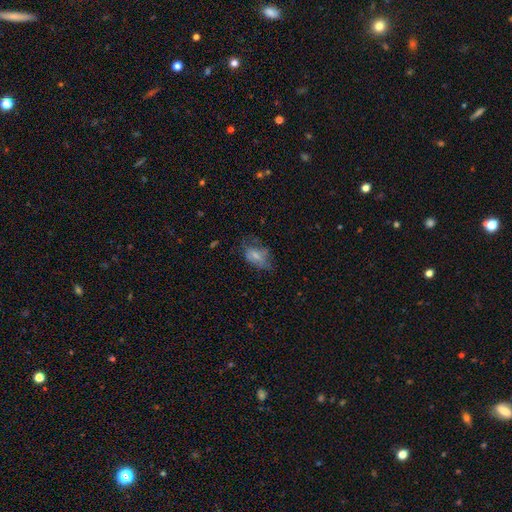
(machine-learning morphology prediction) The model was most divided on "merging": none: 43%, minor disturbance: 30%, major disturbance: 25%, merger: 2%. More confident: how rounded — in between (83%); smooth or featured — smooth (61%).